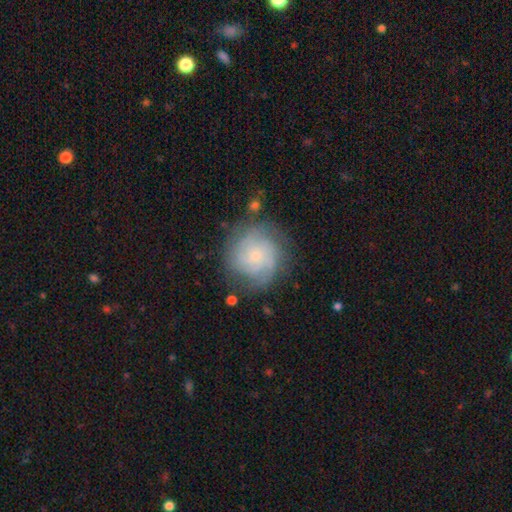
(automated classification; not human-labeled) This appears to be a featured or disk galaxy (61%) with no bar (77%), tight (60%) spiral arms (87%) and a small central bulge (77%). Merging: none (73%).